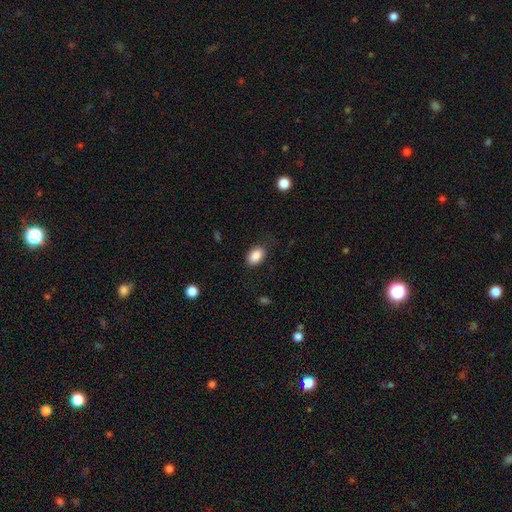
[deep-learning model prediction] Overall: smooth (88%). How rounded: in between (87%). Merging: none (80%).